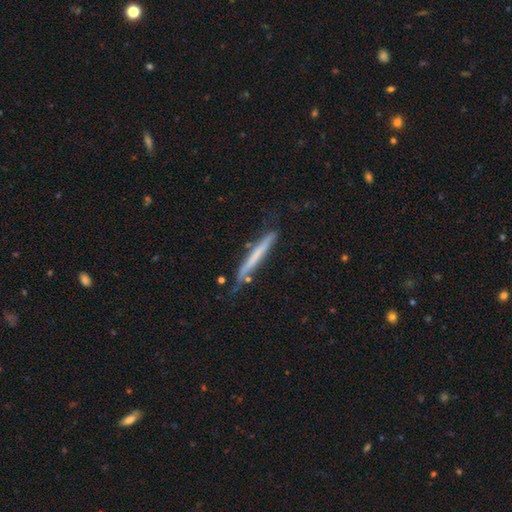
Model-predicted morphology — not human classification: A smooth galaxy with no disk features (48%).

Vote fractions:
- Smooth or featured? smooth: 48% / featured or disk: 46% / star or artifact: 6%
- Merging? none: 73% / minor disturbance: 20% / major disturbance: 4% / merger: 3%